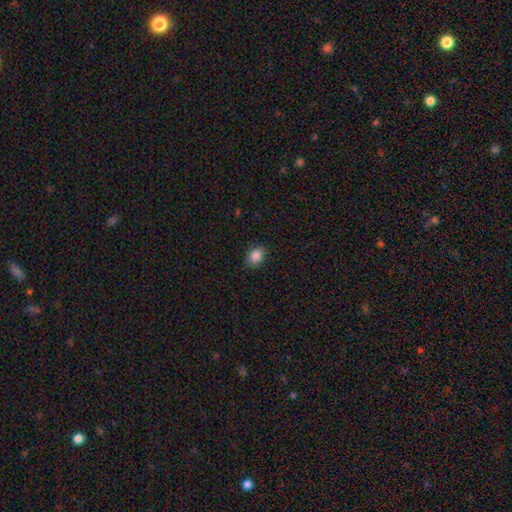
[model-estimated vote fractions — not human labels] Q: Smooth or featured?
A: smooth (86%); runner-up: star or artifact (10%)
Q: How rounded?
A: in between (60%); runner-up: round (39%)
Q: Merging?
A: none (86%); runner-up: minor disturbance (10%)